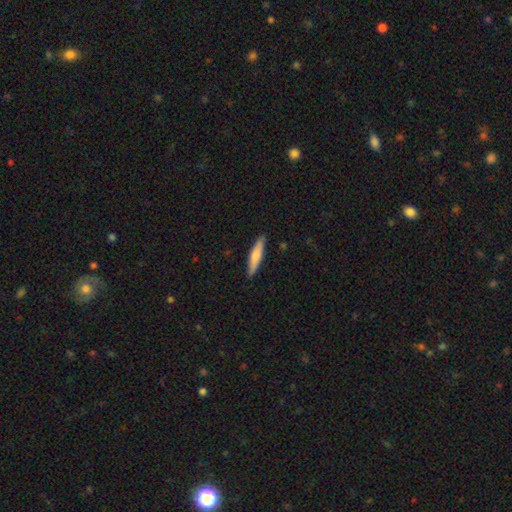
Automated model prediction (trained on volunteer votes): Smooth or featured? smooth (73%)
How rounded? cigar-shaped (85%)
Merging? none (89%)